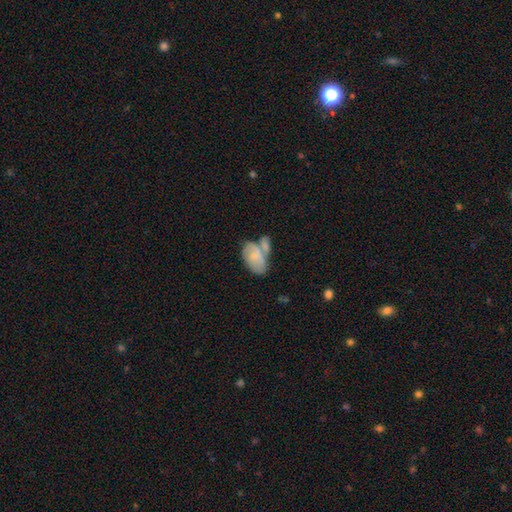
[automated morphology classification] A smooth galaxy with no disk features (65%) that is in between round and cigar-shaped (92%). Merging: merger (45%).